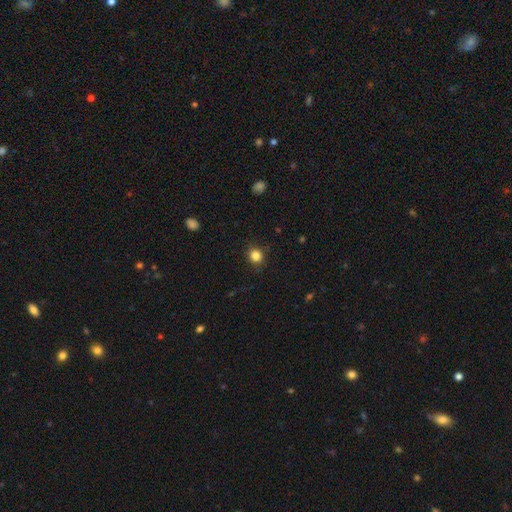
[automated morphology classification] Smooth or featured?
  - smooth: 84% *
  - star or artifact: 12%
  - featured or disk: 4%
How rounded?
  - round: 85% *
  - in between: 14%
  - cigar-shaped: 1%
Merging?
  - none: 88% *
  - minor disturbance: 9%
  - major disturbance: 2%
  - merger: 1%